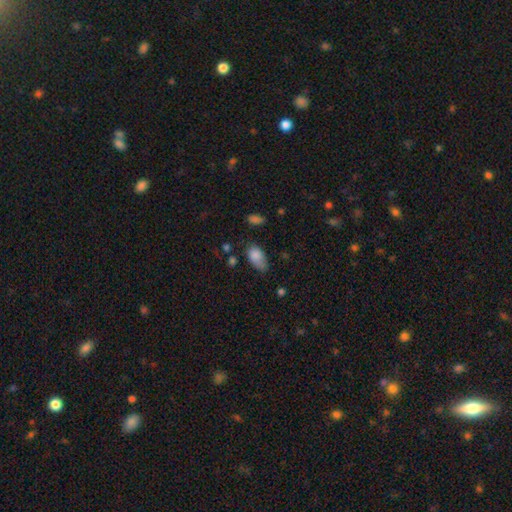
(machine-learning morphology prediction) The model was most divided on "merging": none: 44%, minor disturbance: 40%, major disturbance: 13%, merger: 3%. More confident: how rounded — in between (91%); smooth or featured — smooth (84%).